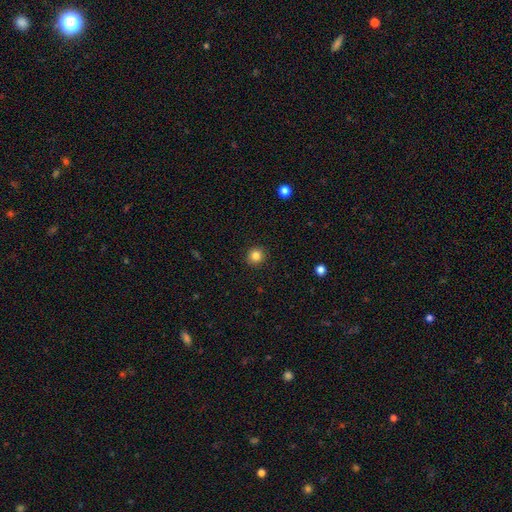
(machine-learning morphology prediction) type=smooth (85%); roundness=round (92%); merging=none (92%).